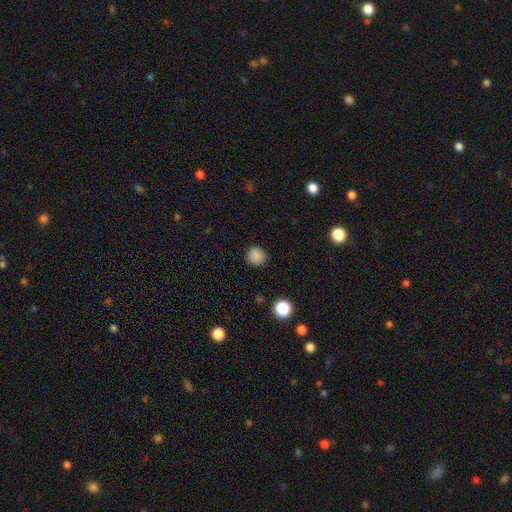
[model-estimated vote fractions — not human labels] Smooth or featured? smooth (86%)
How rounded? round (91%)
Merging? none (88%)